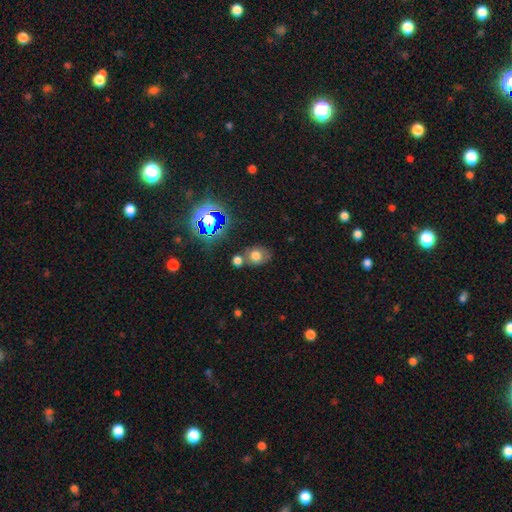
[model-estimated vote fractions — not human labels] Smooth or featured? Predicted: smooth (p=0.65). How rounded? Predicted: in between (p=0.49, tied with round). Merging? Predicted: none (p=0.57).